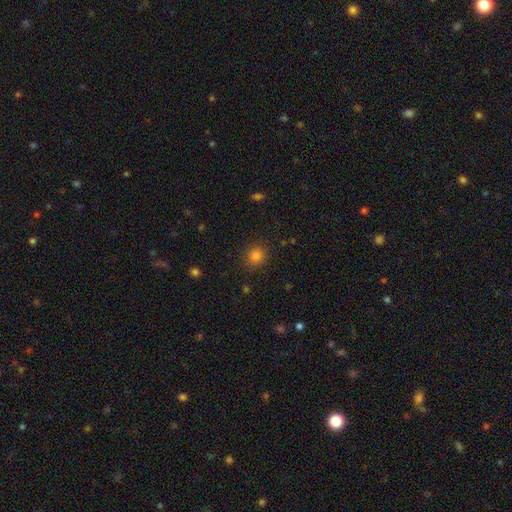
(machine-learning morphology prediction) Smooth or featured?
  - smooth: 83% *
  - star or artifact: 13%
  - featured or disk: 4%
How rounded?
  - round: 83% *
  - in between: 16%
  - cigar-shaped: 1%
Merging?
  - none: 85% *
  - minor disturbance: 10%
  - major disturbance: 4%
  - merger: 1%